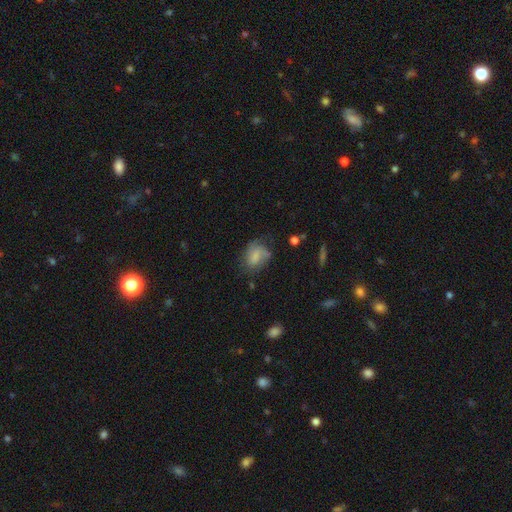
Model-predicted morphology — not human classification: type=smooth (61%); roundness=in between (71%); merging=none (45%).